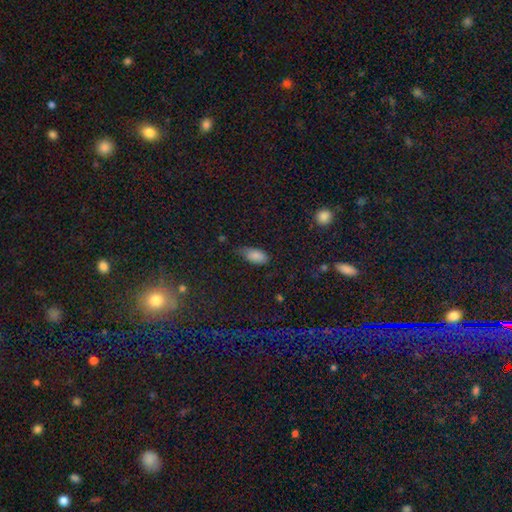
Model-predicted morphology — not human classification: Smooth or featured?
  - smooth: 82% *
  - star or artifact: 10%
  - featured or disk: 7%
How rounded?
  - in between: 90% *
  - cigar-shaped: 7%
  - round: 3%
Merging?
  - none: 50% *
  - minor disturbance: 38%
  - major disturbance: 9%
  - merger: 2%